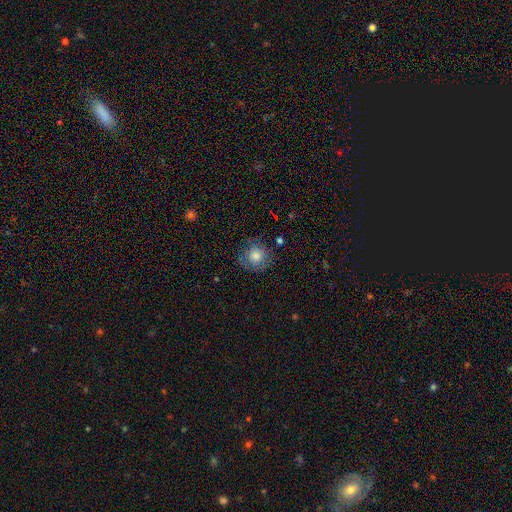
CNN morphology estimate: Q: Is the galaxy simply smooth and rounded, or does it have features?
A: smooth — 76%.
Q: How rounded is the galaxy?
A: round — 91%.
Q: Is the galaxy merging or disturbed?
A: none — 79%.